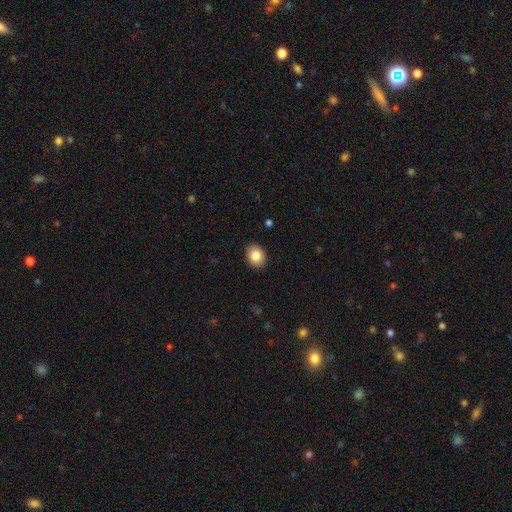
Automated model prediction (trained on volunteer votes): Morphology: type=smooth (85%); roundness=in between (57%); merging=none (90%).